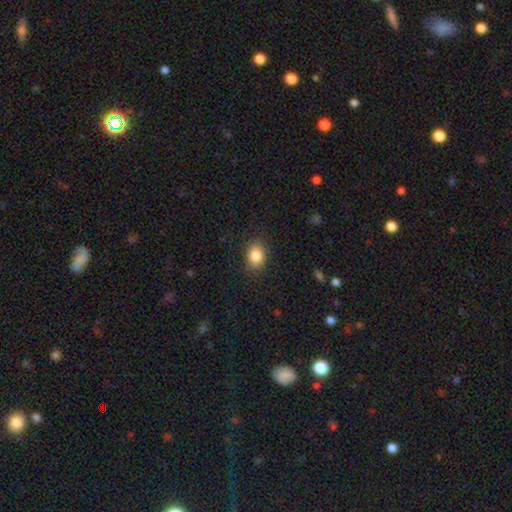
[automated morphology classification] type=smooth (86%); roundness=in between (67%); merging=none (86%).